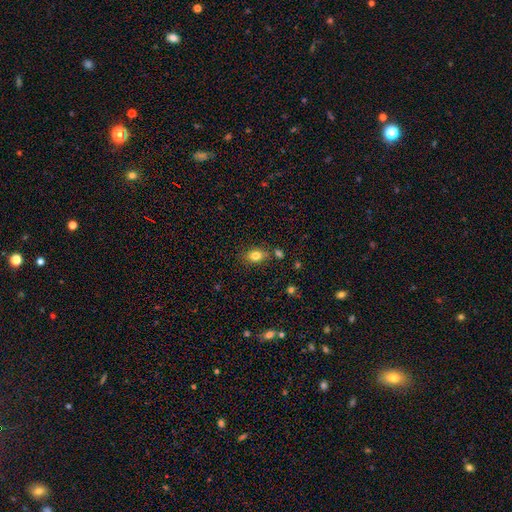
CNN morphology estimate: Smooth or featured?
  - smooth: 80% *
  - star or artifact: 10%
  - featured or disk: 10%
How rounded?
  - in between: 76% *
  - round: 22%
  - cigar-shaped: 2%
Merging?
  - none: 75% *
  - minor disturbance: 14%
  - merger: 7%
  - major disturbance: 3%